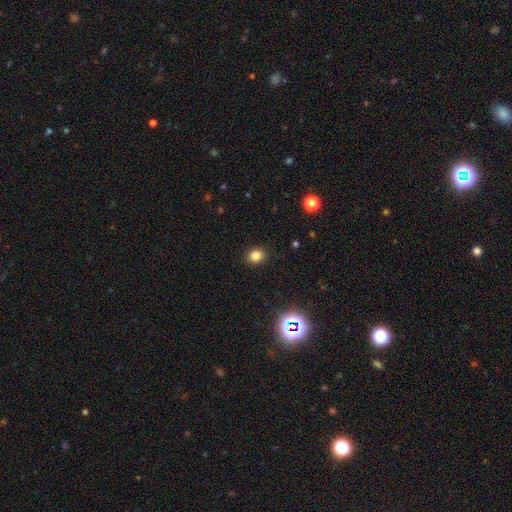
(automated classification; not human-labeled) Smooth or featured: smooth — 81% (star or artifact — 14%)
How rounded: round — 65% (in between — 34%)
Merging: none — 89% (minor disturbance — 7%)